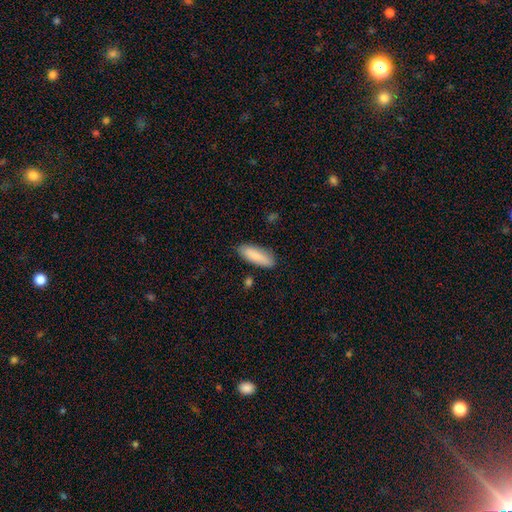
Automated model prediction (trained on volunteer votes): A smooth galaxy with no disk features (86%) that is in between round and cigar-shaped (63%). Merging: none (84%).